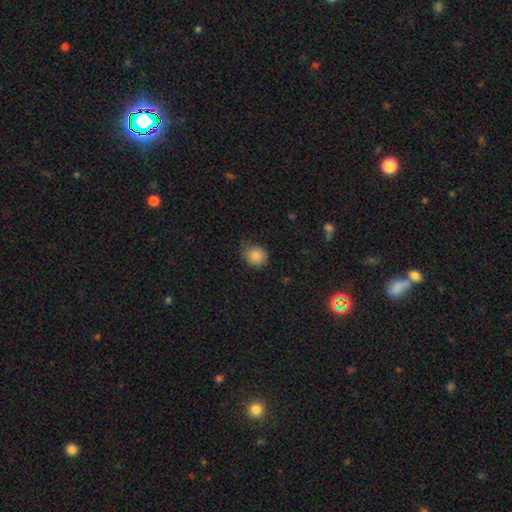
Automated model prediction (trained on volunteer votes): Q: Smooth or featured?
A: smooth (85%); runner-up: star or artifact (9%)
Q: How rounded?
A: round (75%); runner-up: in between (24%)
Q: Merging?
A: none (68%); runner-up: minor disturbance (26%)